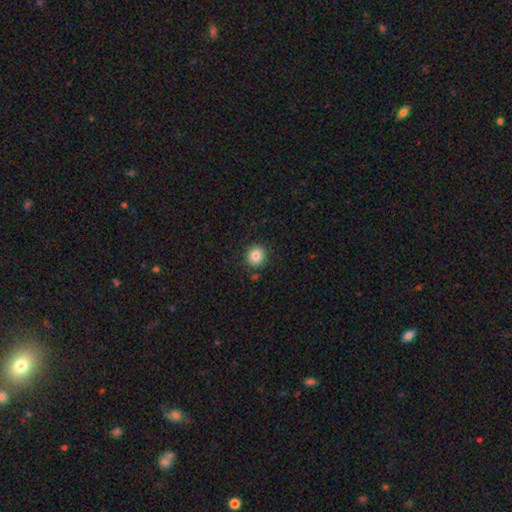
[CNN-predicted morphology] This appears to be a smooth galaxy with no disk features (83%) that is round (89%). Merging: none (88%).